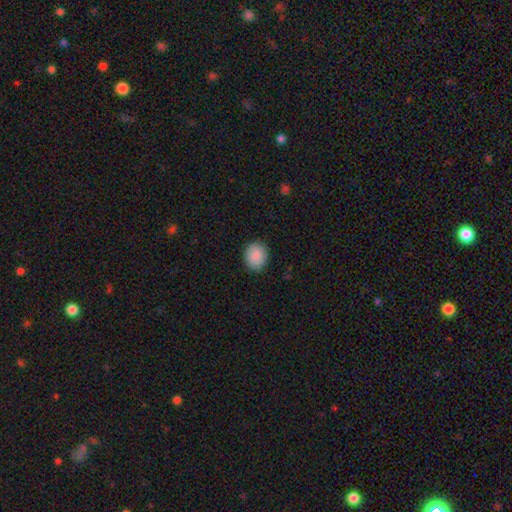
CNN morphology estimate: smooth_or_featured: smooth (p=0.89) [alt: star or artifact p=0.07]
how_rounded: round (p=0.66) [alt: in between p=0.33]
merging: none (p=0.89) [alt: minor disturbance p=0.08]